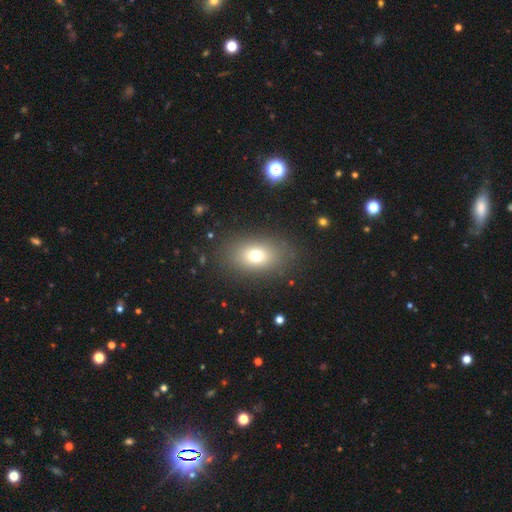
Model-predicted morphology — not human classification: Smooth or featured? smooth (72%)
How rounded? in between (75%)
Merging? none (85%)